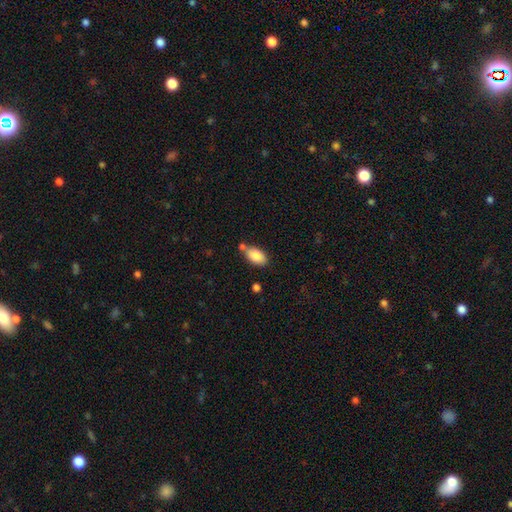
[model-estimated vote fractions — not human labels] Smooth or featured?
  - smooth: 86% *
  - featured or disk: 7%
  - star or artifact: 7%
How rounded?
  - in between: 93% *
  - round: 5%
  - cigar-shaped: 2%
Merging?
  - none: 62% *
  - merger: 18%
  - minor disturbance: 16%
  - major disturbance: 4%